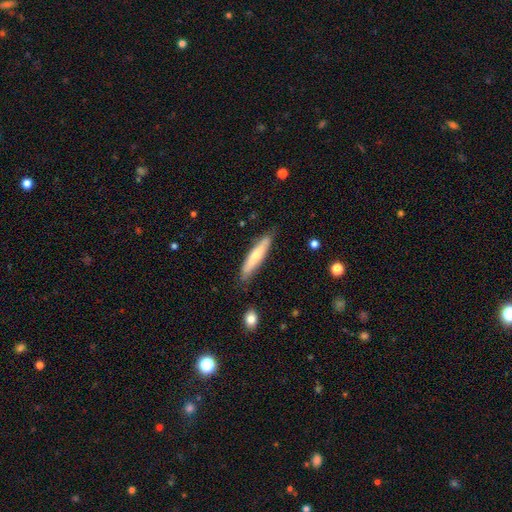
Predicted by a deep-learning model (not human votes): Smooth or featured?
  - smooth: 61% *
  - featured or disk: 33%
  - star or artifact: 6%
How rounded?
  - cigar-shaped: 86% *
  - in between: 12%
  - round: 1%
Merging?
  - none: 81% *
  - minor disturbance: 14%
  - major disturbance: 3%
  - merger: 2%